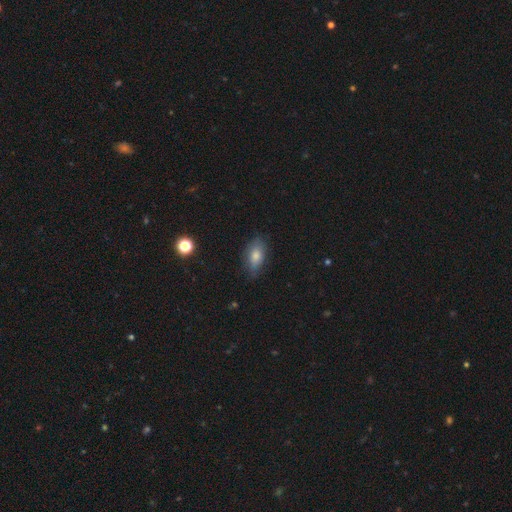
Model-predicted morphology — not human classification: This appears to be a smooth galaxy with no disk features (74%) that is in between round and cigar-shaped (86%). Merging: none (78%).